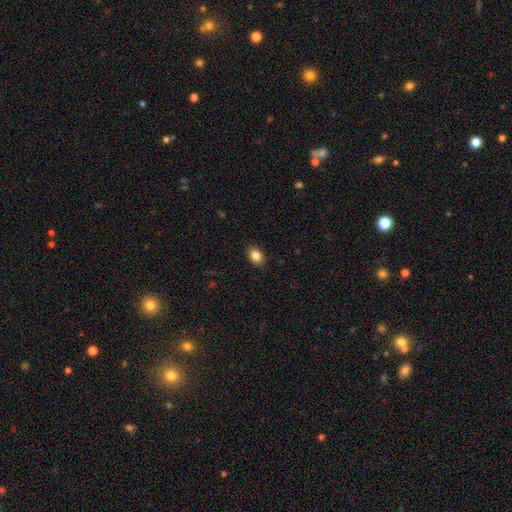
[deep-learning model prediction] This appears to be a smooth galaxy with no disk features (85%) that is in between round and cigar-shaped (67%). Merging: none (88%).